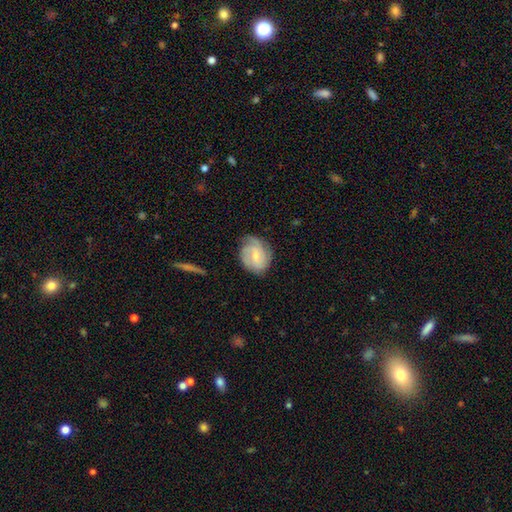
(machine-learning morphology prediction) This is possibly a featured or disk galaxy (57%). It is clearly not viewed edge-on (97%). Bar: possibly weak (49%). Spiral arm pattern: clearly yes (88%). Central bulge: possibly small (55%). Merging: likely none (64%).